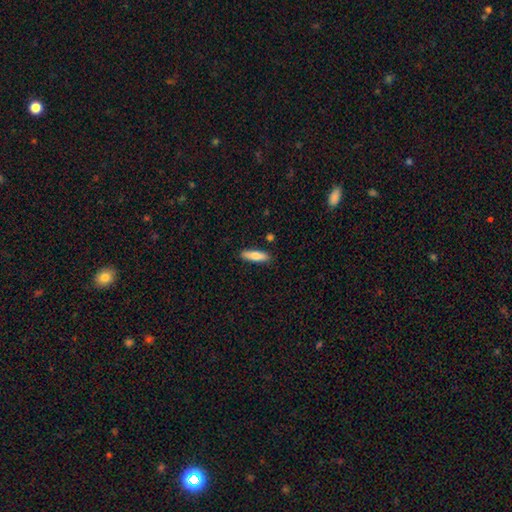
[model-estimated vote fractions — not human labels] This appears to be a smooth galaxy with no disk features (76%) that is cigar-shaped (59%). Merging: none (87%).